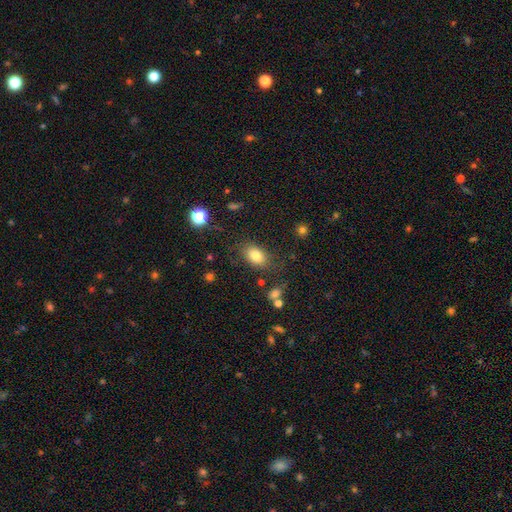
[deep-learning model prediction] smooth-or-featured: smooth: 80% | star or artifact: 10% | featured or disk: 10%
  how-rounded: in between: 86% | round: 13% | cigar-shaped: 2%
  merging: none: 78% | minor disturbance: 14% | major disturbance: 5% | merger: 3%